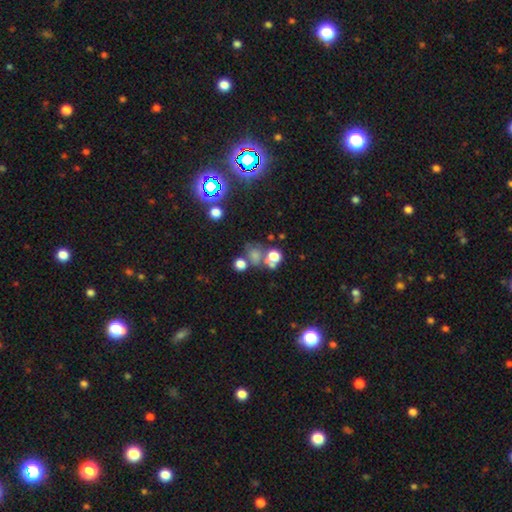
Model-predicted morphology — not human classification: type=smooth (60%); roundness=round (73%); merging=none (47%).